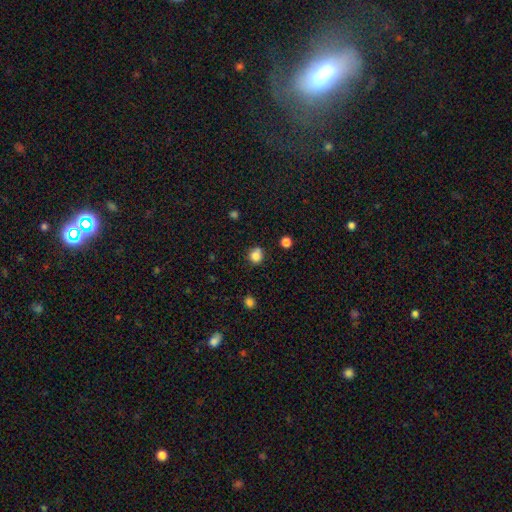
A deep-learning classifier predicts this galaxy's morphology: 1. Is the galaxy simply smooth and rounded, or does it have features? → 83% smooth, 12% star or artifact, 5% featured or disk.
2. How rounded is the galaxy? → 83% round, 16% in between, 1% cigar-shaped.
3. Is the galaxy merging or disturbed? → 71% none, 18% minor disturbance, 7% merger, 4% major disturbance.